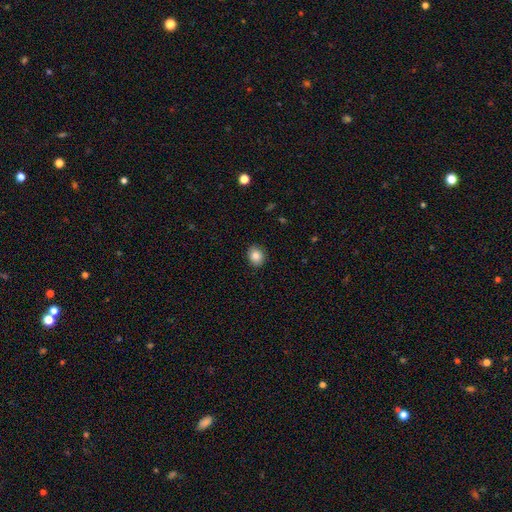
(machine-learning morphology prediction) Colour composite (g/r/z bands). It shows a smooth galaxy with no disk features (84%) that is round (63%). Merging: none (90%).